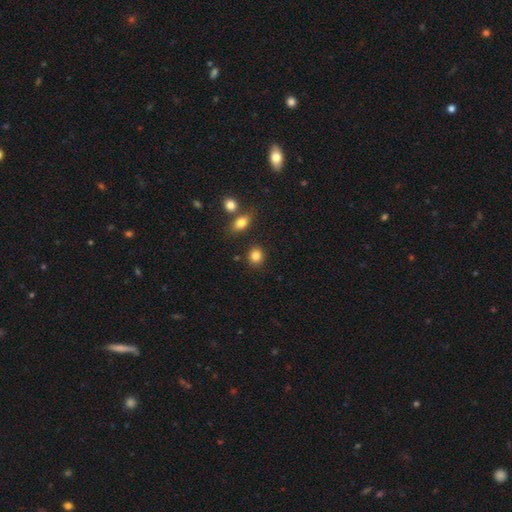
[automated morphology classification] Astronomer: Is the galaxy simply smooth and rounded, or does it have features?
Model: smooth — 84%.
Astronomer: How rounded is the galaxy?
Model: round — 77%.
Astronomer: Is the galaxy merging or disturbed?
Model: none — 84%.